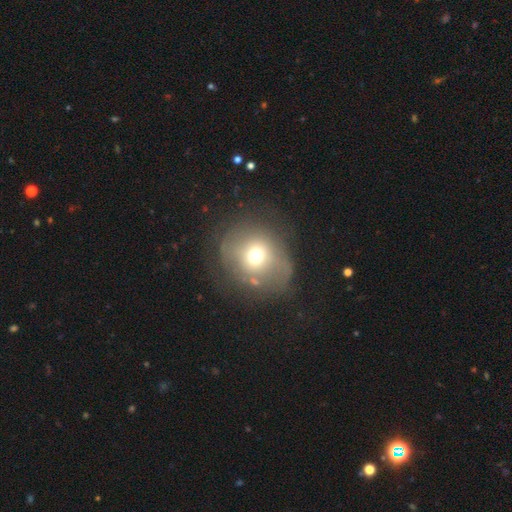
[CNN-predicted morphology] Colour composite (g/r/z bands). It shows a smooth galaxy with no disk features (59%) that is round (84%). Merging: none (59%).